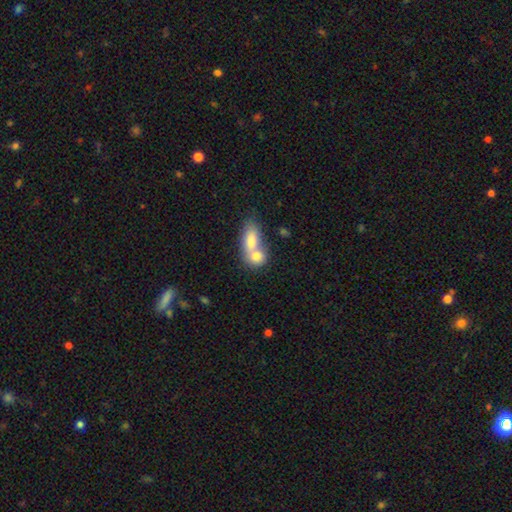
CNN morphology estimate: This appears to be a smooth galaxy with no disk features (77%) that is in between round and cigar-shaped (68%). Merging: merger (70%).